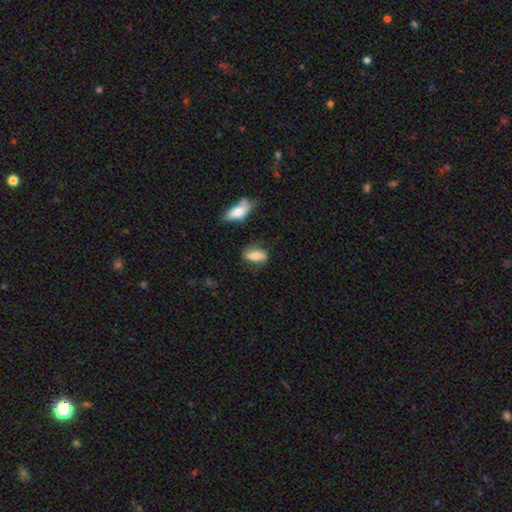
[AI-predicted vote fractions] smooth_or_featured: smooth (p=0.70) [alt: featured or disk p=0.23]
how_rounded: in between (p=0.84) [alt: cigar-shaped p=0.10]
merging: none (p=0.69) [alt: minor disturbance p=0.21]